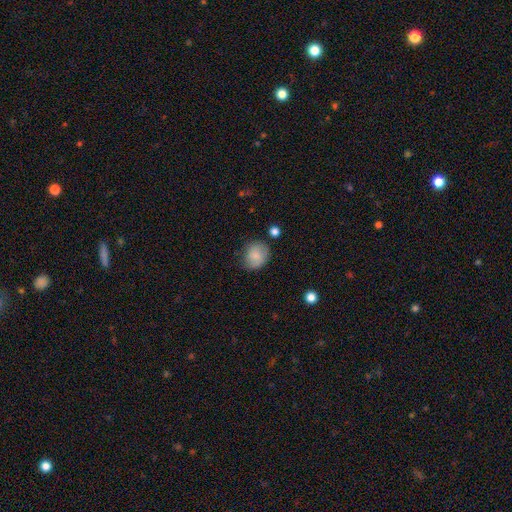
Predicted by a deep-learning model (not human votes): This is likely a smooth galaxy (79%). How rounded: likely round (65%). Merging: likely none (71%).